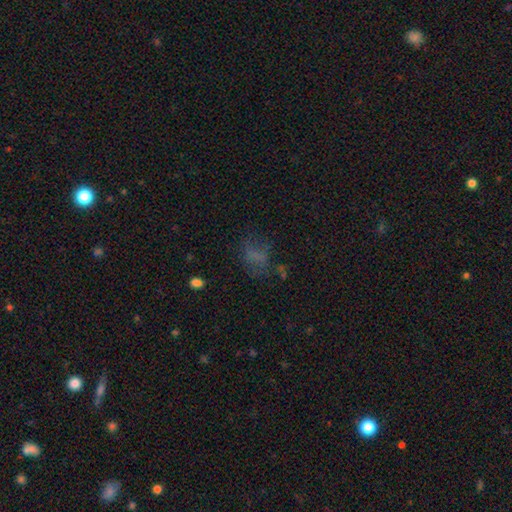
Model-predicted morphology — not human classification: Smooth or featured?
  - smooth: 52% *
  - star or artifact: 25%
  - featured or disk: 23%
How rounded?
  - in between: 68% *
  - round: 28%
  - cigar-shaped: 4%
Merging?
  - none: 51% *
  - major disturbance: 25%
  - minor disturbance: 20%
  - merger: 4%